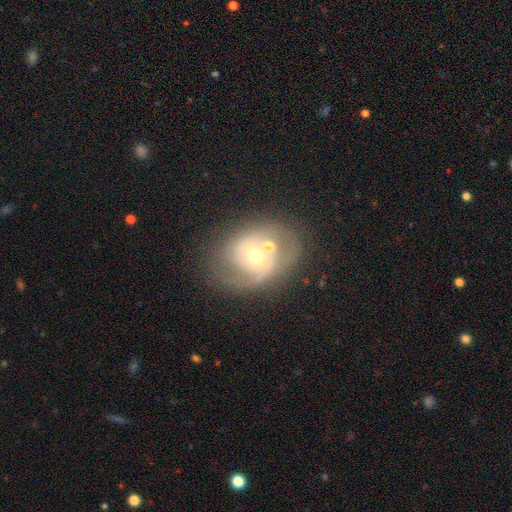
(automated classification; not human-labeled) smooth-or-featured: featured or disk: 76% | smooth: 16% | star or artifact: 8%
  disk-edge-on: no: 97% | yes: 3%
    bar: no: 69% | weak: 25% | strong: 6%
    has-spiral-arms: yes: 81% | no: 19%
      spiral-winding: medium: 43% | tight: 39% | loose: 19%
      spiral-arm-count: 2: 55% | can't tell: 20% | 1: 14% | 3: 7% | 4: 2% | more than 4: 2%
    bulge-size: moderate: 55% | small: 40% | large: 3% | none: 1% | dominant: 1%
  merging: none: 43% | merger: 24% | minor disturbance: 18% | major disturbance: 14%